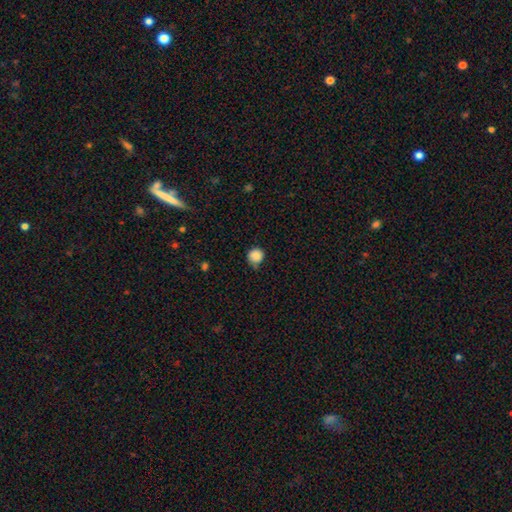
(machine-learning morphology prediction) Overall: smooth (87%). How rounded: round (91%). Merging: none (72%).